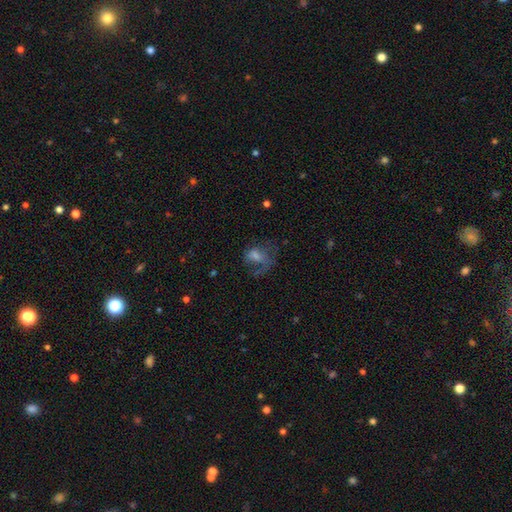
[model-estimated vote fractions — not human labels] A smooth galaxy with no disk features (42%).

Vote fractions:
- Smooth or featured? smooth: 42% / featured or disk: 38% / star or artifact: 20%
- Merging? major disturbance: 41% / none: 37% / minor disturbance: 19% / merger: 3%